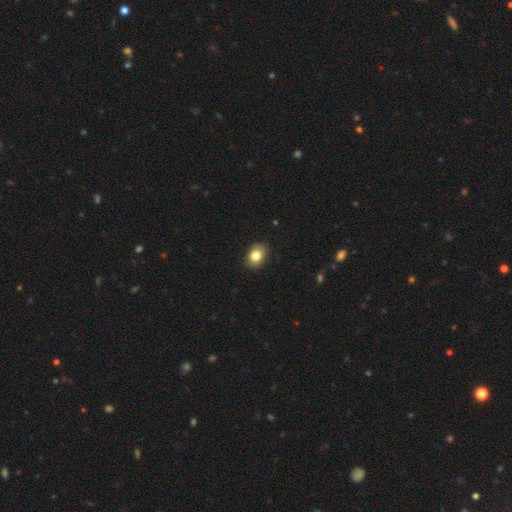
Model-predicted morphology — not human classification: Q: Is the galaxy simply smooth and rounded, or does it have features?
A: smooth — 83%.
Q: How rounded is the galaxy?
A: in between — 64%.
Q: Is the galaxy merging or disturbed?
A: none — 88%.